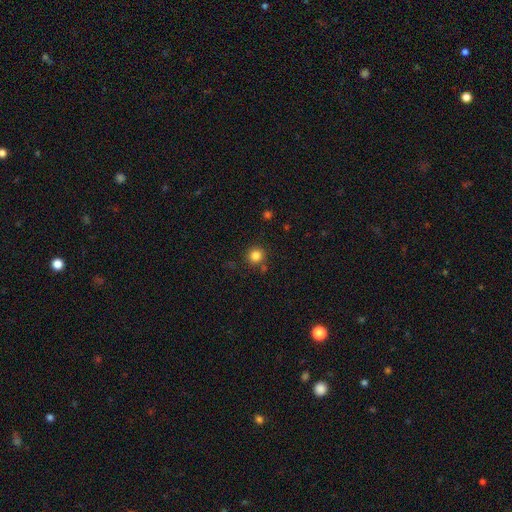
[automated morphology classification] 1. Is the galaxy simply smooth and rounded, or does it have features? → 83% smooth, 12% star or artifact, 5% featured or disk.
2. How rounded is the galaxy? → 93% round, 6% in between, 1% cigar-shaped.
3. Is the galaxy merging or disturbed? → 84% none, 8% minor disturbance, 5% merger, 3% major disturbance.